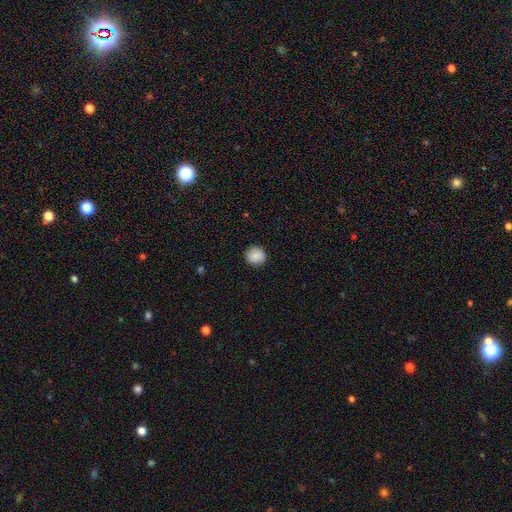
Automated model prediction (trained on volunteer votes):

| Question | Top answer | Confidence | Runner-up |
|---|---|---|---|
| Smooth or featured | smooth | 87% | star or artifact (8%) |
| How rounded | round | 92% | in between (7%) |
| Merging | none | 90% | minor disturbance (7%) |